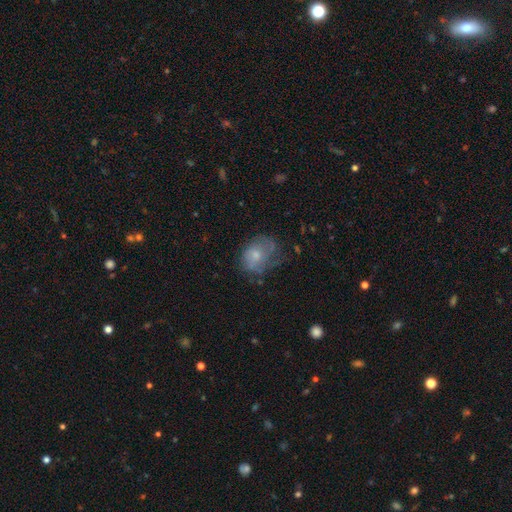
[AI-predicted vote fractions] Overall: smooth (56%; featured or disk 34%). How rounded: in between (61%; round 38%). Merging: none (40%; minor disturbance 32%).